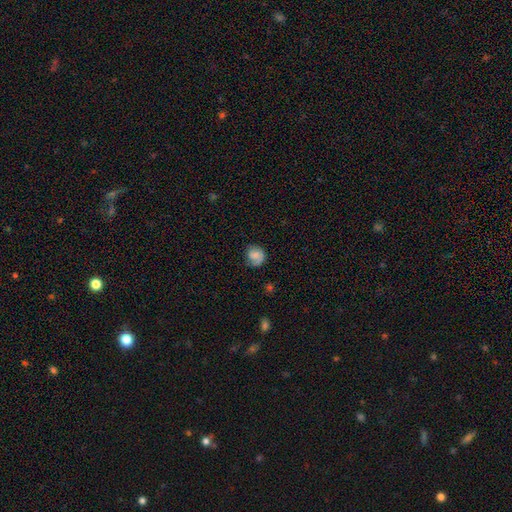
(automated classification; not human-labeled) Smooth or featured?
  - smooth: 64% *
  - featured or disk: 27%
  - star or artifact: 9%
How rounded?
  - round: 75% *
  - in between: 24%
  - cigar-shaped: 1%
Merging?
  - none: 62% *
  - minor disturbance: 25%
  - major disturbance: 11%
  - merger: 2%